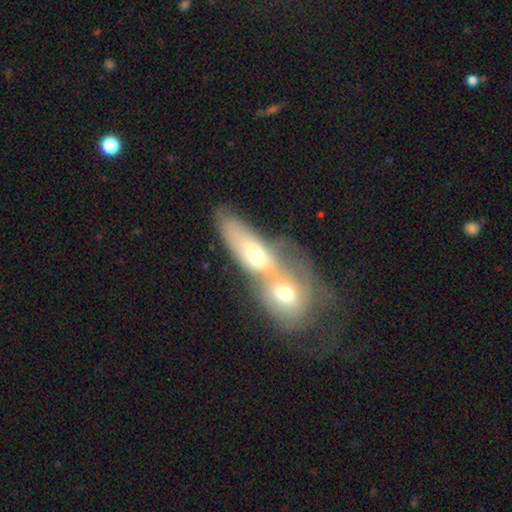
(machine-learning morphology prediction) Q: Smooth or featured?
A: smooth (48%); runner-up: featured or disk (43%)
Q: Merging?
A: merger (75%); runner-up: none (15%)